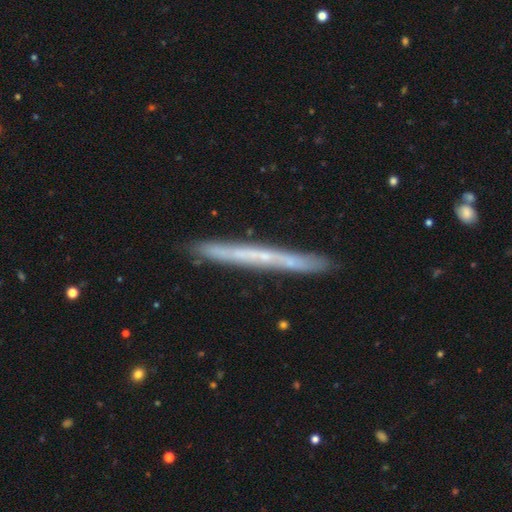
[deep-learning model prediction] Smooth or featured?
  - featured or disk: 59% *
  - smooth: 34%
  - star or artifact: 7%
Edge-on disk?
  - yes: 94% *
  - no: 6%
Edge-on bulge?
  - none: 87% *
  - rounded: 10%
  - boxy: 3%
Merging?
  - none: 87% *
  - minor disturbance: 10%
  - merger: 2%
  - major disturbance: 2%